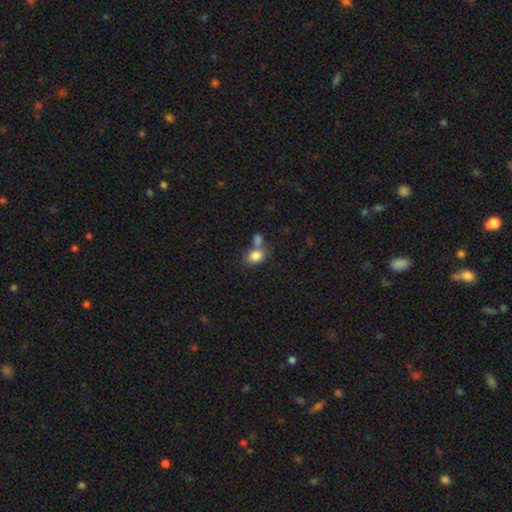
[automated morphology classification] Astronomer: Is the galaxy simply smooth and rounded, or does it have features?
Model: smooth — 83%.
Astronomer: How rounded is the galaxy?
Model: in between — 76%.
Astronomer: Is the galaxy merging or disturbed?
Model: none — 43% (runner-up: merger, 41%).